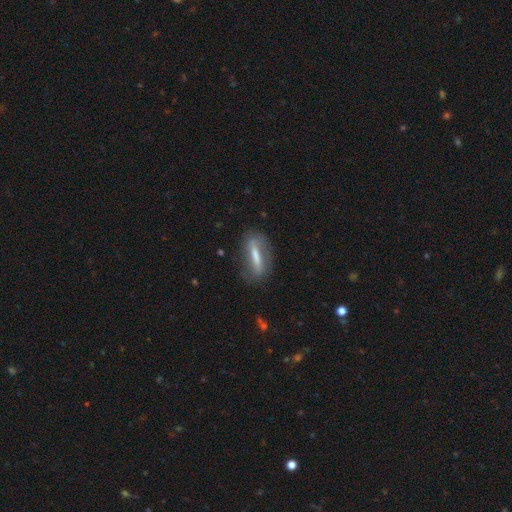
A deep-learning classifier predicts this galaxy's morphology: This appears to be a smooth galaxy with no disk features (51%) that is cigar-shaped (66%). Merging: none (71%).